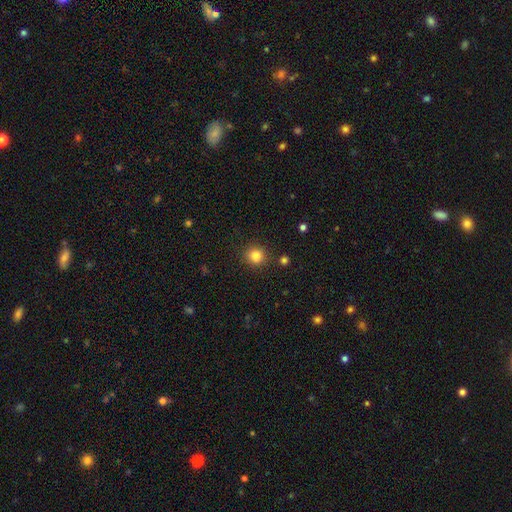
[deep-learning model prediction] smooth_or_featured: smooth (p=0.82) [alt: star or artifact p=0.12]
how_rounded: round (p=0.89) [alt: in between p=0.10]
merging: none (p=0.87) [alt: minor disturbance p=0.08]